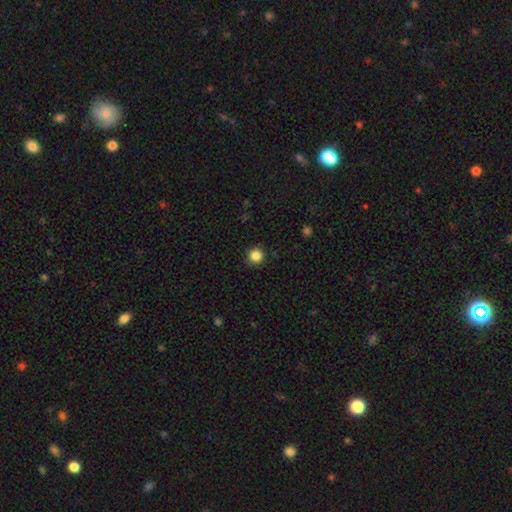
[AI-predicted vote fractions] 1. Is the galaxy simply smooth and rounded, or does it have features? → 85% smooth, 11% star or artifact, 4% featured or disk.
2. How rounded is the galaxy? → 96% round, 4% in between, 1% cigar-shaped.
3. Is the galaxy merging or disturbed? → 92% none, 6% minor disturbance, 2% major disturbance, 1% merger.